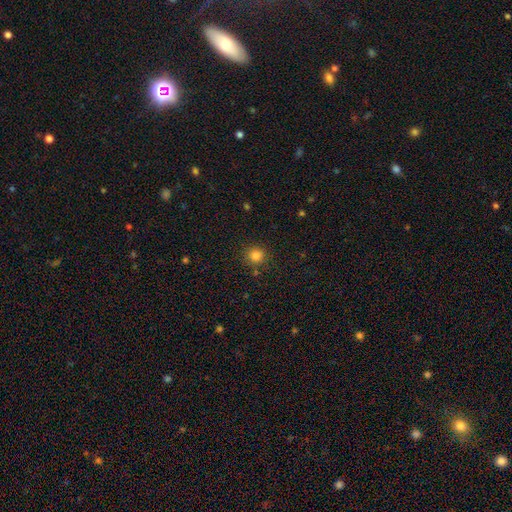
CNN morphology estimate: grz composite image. It shows a smooth galaxy with no disk features (82%) that is round (90%). Merging: none (86%).